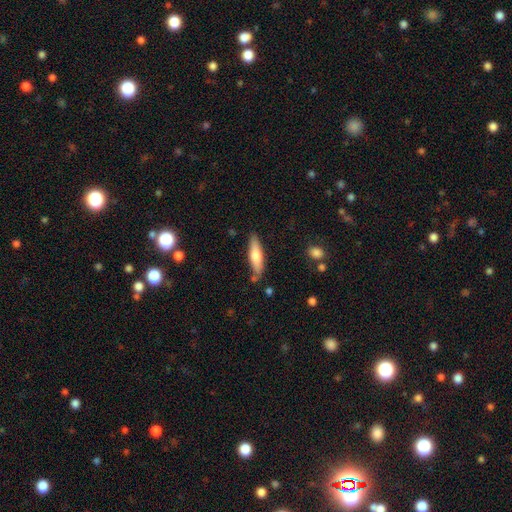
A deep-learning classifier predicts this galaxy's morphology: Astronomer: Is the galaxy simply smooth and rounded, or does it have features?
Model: smooth — 62%.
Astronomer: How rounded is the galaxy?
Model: cigar-shaped — 68%.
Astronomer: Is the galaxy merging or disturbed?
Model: none — 79%.